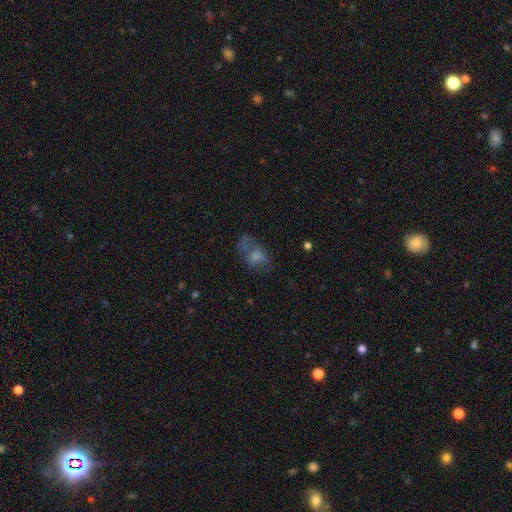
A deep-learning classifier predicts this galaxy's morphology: Overall: smooth (43%; featured or disk 34%). Merging: none (44%; major disturbance 25%).